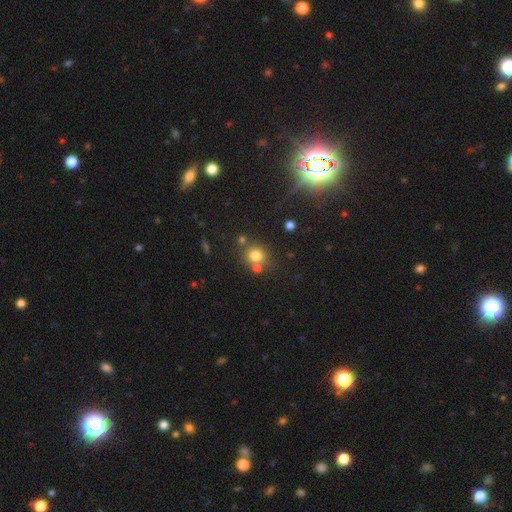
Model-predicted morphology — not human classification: A smooth galaxy with no disk features (76%) that is round (86%).

Vote fractions:
- Smooth or featured? smooth: 76% / star or artifact: 15% / featured or disk: 9%
- How rounded? round: 86% / in between: 13% / cigar-shaped: 1%
- Merging? none: 65% / merger: 22% / minor disturbance: 10% / major disturbance: 4%